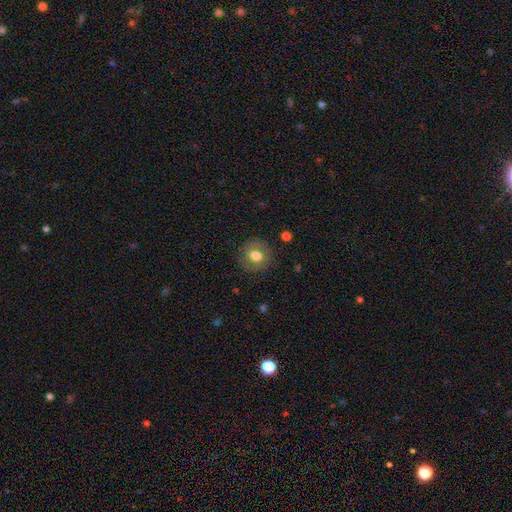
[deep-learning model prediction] Smooth or featured?
  - smooth: 73% *
  - featured or disk: 18%
  - star or artifact: 9%
How rounded?
  - round: 88% *
  - in between: 11%
  - cigar-shaped: 1%
Merging?
  - none: 87% *
  - minor disturbance: 9%
  - major disturbance: 3%
  - merger: 1%